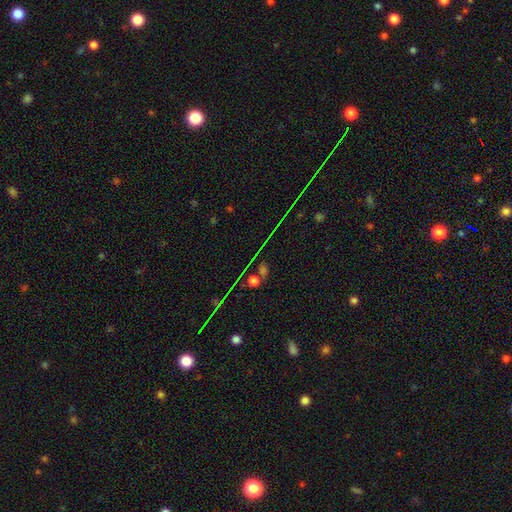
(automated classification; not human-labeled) The model was most divided on "smooth or featured": star or artifact: 66%, smooth: 20%, featured or disk: 14%.